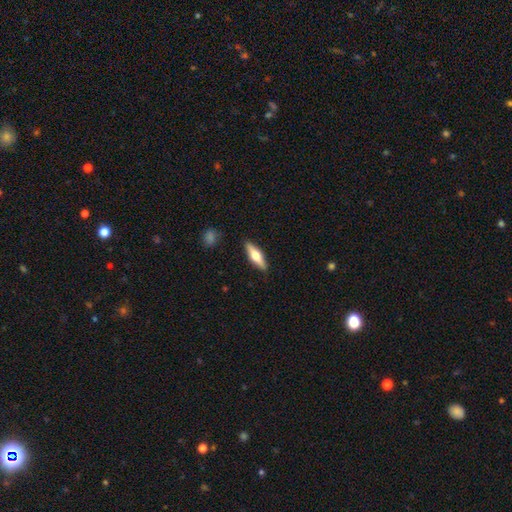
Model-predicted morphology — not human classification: Smooth or featured? Predicted: smooth (p=0.49). Merging? Predicted: none (p=0.88).